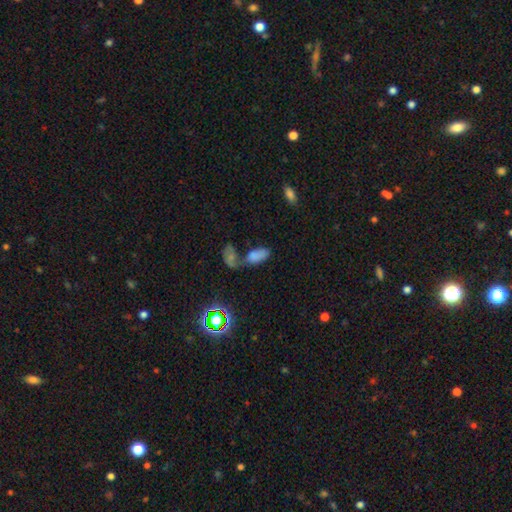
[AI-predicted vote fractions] This is likely a smooth galaxy (73%). How rounded: clearly in between (91%). Merging: possibly merger (58%).